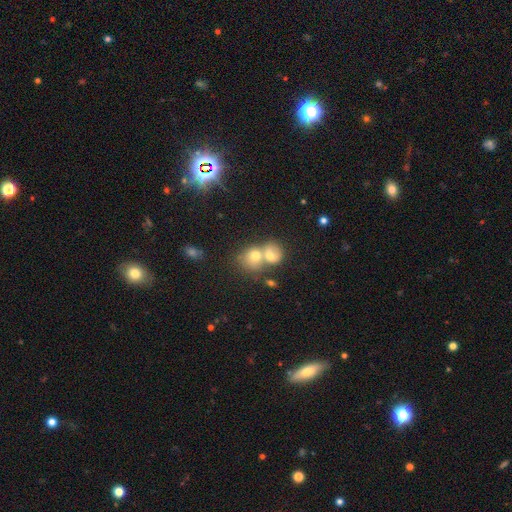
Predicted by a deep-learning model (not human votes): Smooth or featured?
  - smooth: 55% *
  - star or artifact: 25%
  - featured or disk: 20%
How rounded?
  - round: 63% *
  - in between: 36%
  - cigar-shaped: 1%
Merging?
  - merger: 61% *
  - none: 30%
  - minor disturbance: 6%
  - major disturbance: 3%